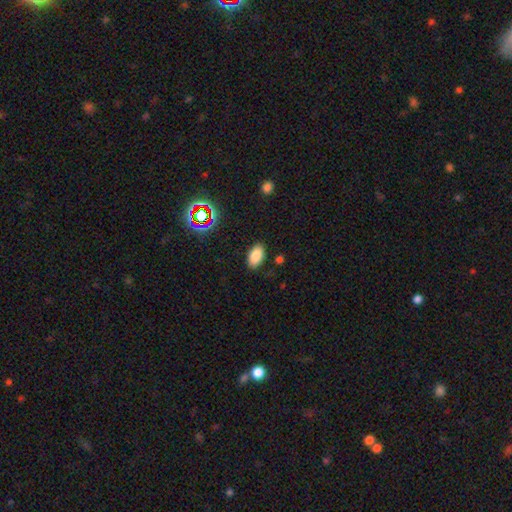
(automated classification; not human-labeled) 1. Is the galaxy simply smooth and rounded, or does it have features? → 83% smooth, 11% star or artifact, 6% featured or disk.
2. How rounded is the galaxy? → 94% in between, 4% round, 2% cigar-shaped.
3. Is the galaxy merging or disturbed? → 86% none, 10% minor disturbance, 3% major disturbance, 2% merger.